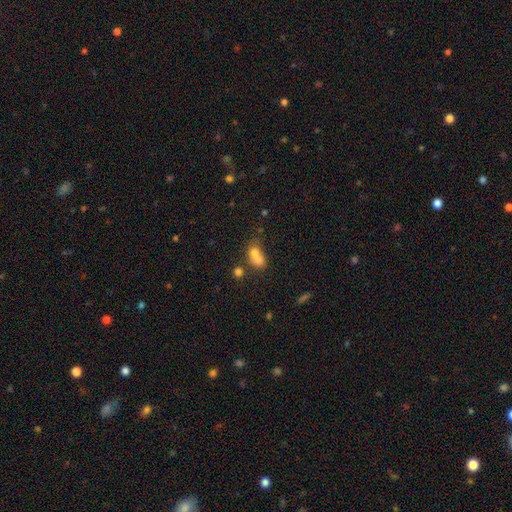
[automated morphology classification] A smooth galaxy with no disk features (71%) that is in between round and cigar-shaped (55%). Merging: merger (65%).